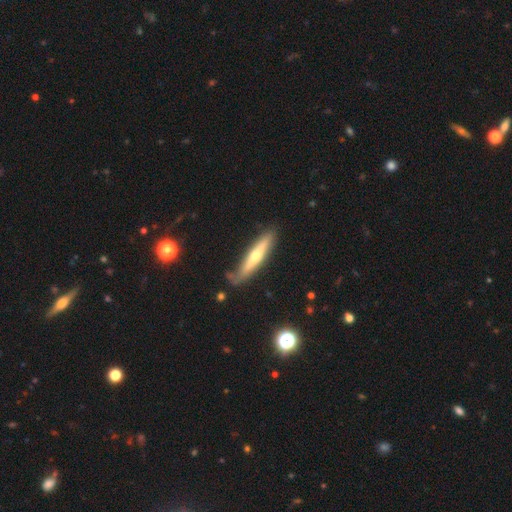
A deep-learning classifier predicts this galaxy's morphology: Smooth or featured? Predicted: featured or disk (p=0.54). Edge-on disk? Predicted: yes (p=0.90). Merging? Predicted: none (p=0.77).